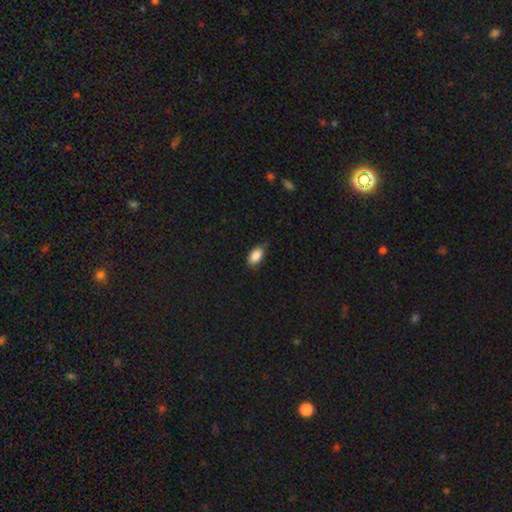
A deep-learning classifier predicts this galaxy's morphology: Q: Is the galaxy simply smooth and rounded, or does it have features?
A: smooth — 88%.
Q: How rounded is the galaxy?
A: in between — 91%.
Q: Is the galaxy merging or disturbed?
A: none — 67%.